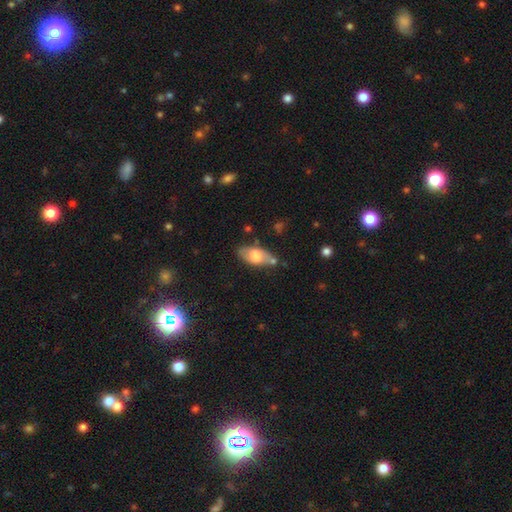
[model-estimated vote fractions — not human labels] smooth-or-featured: smooth: 65% | featured or disk: 28% | star or artifact: 7%
  how-rounded: in between: 89% | cigar-shaped: 8% | round: 3%
  merging: none: 61% | minor disturbance: 24% | merger: 9% | major disturbance: 6%